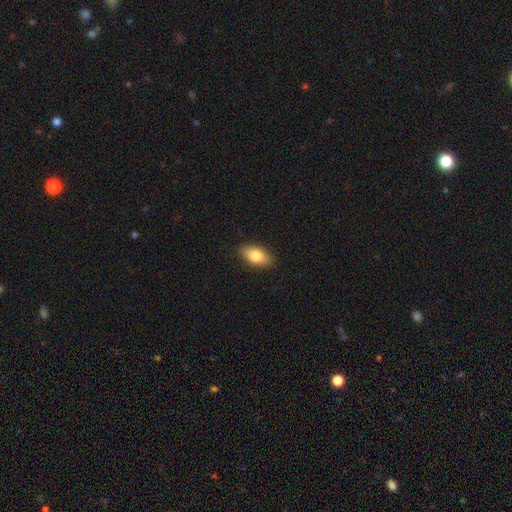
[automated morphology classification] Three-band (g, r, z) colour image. It shows a smooth galaxy with no disk features (80%) that is in between round and cigar-shaped (90%). Merging: none (89%).